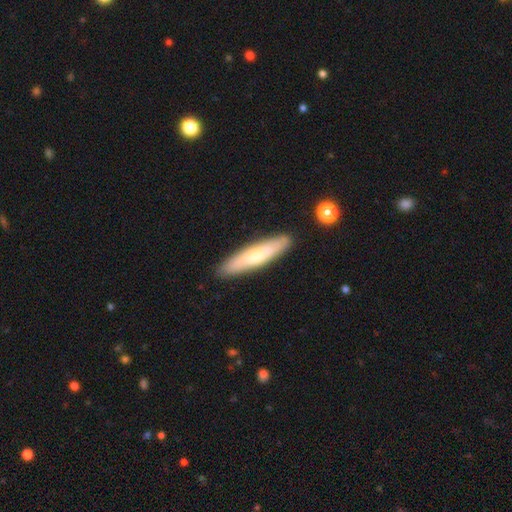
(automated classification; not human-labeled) A smooth galaxy with no disk features (59%) that is cigar-shaped (81%).

Vote fractions:
- Smooth or featured? smooth: 59% / featured or disk: 36% / star or artifact: 6%
- How rounded? cigar-shaped: 81% / in between: 18% / round: 1%
- Merging? none: 88% / minor disturbance: 9% / merger: 2% / major disturbance: 2%